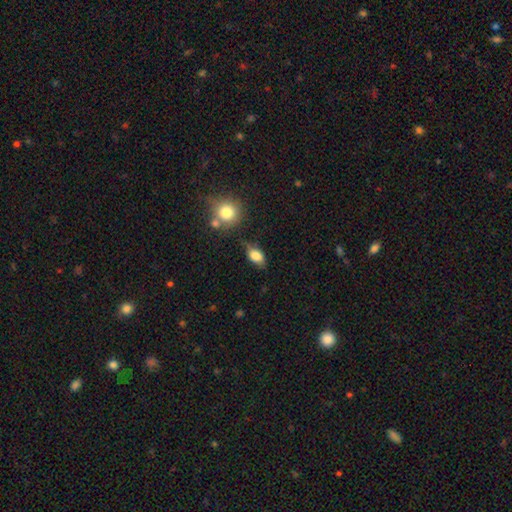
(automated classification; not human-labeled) This is likely a smooth galaxy (78%). How rounded: clearly in between (86%). Merging: likely none (65%).